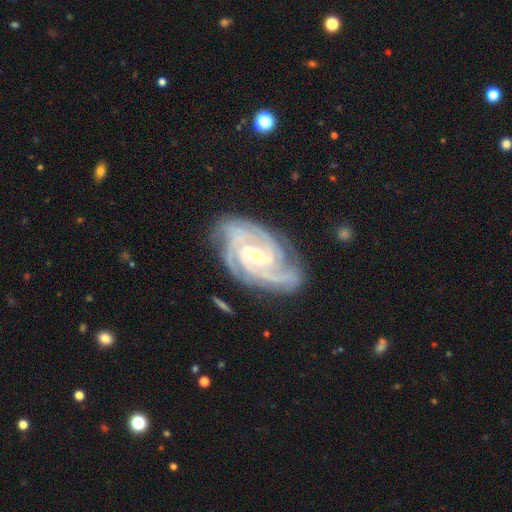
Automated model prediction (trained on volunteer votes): smooth_or_featured: featured or disk (p=0.93) [alt: star or artifact p=0.04]
disk_edge_on: no (p=0.97) [alt: yes p=0.03]
bar: weak (p=0.45) [alt: no p=0.28]
has_spiral_arms: yes (p=0.99) [alt: no p=0.01]
spiral_winding: tight (p=0.73) [alt: medium p=0.25]
spiral_arm_count: 3 (p=0.37) [alt: 4 p=0.30]
bulge_size: small (p=0.61) [alt: moderate p=0.36]
merging: none (p=0.78) [alt: minor disturbance p=0.17]